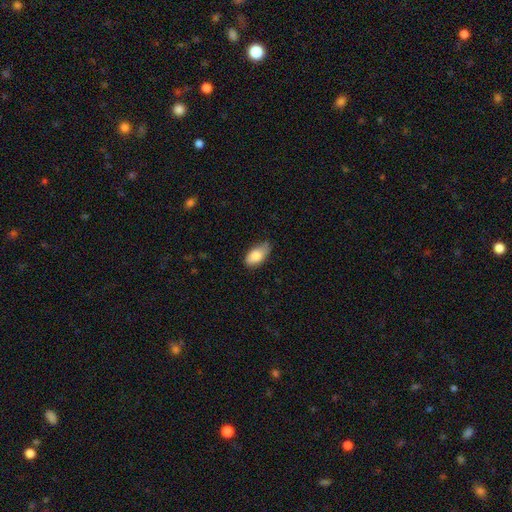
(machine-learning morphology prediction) This is clearly a smooth galaxy (83%). How rounded: clearly in between (93%). Merging: possibly none (60%).